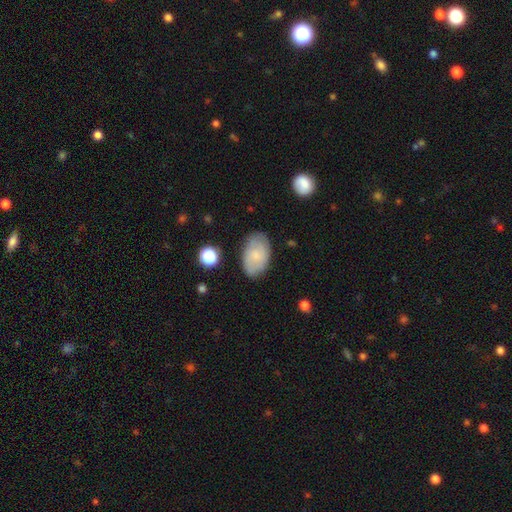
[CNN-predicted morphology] A smooth galaxy with no disk features (60%) that is in between round and cigar-shaped (91%).

Vote fractions:
- Smooth or featured? smooth: 60% / featured or disk: 33% / star or artifact: 8%
- How rounded? in between: 91% / round: 8% / cigar-shaped: 1%
- Merging? none: 78% / minor disturbance: 17% / major disturbance: 4% / merger: 2%